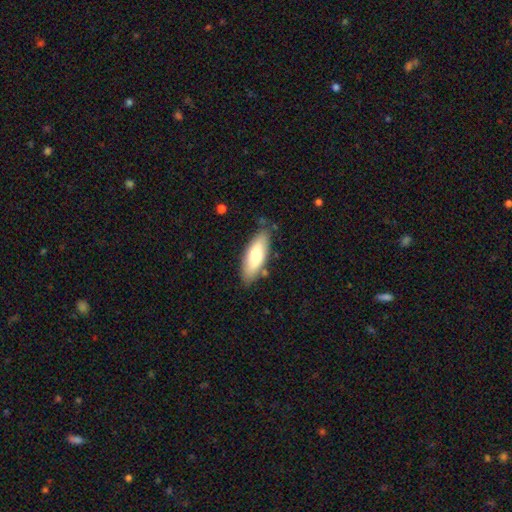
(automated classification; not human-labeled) Morphology: type=smooth (69%); roundness=in between (69%); merging=none (79%).